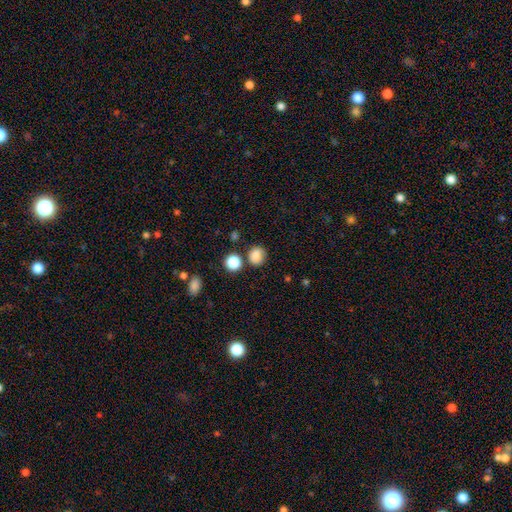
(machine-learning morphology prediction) This is clearly a smooth galaxy (84%). How rounded: clearly round (80%). Merging: likely none (77%).